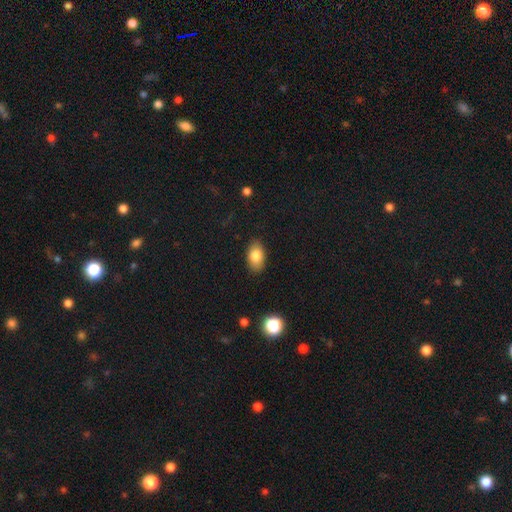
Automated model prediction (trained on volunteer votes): This appears to be a smooth galaxy with no disk features (82%) that is in between round and cigar-shaped (90%). Merging: none (86%).